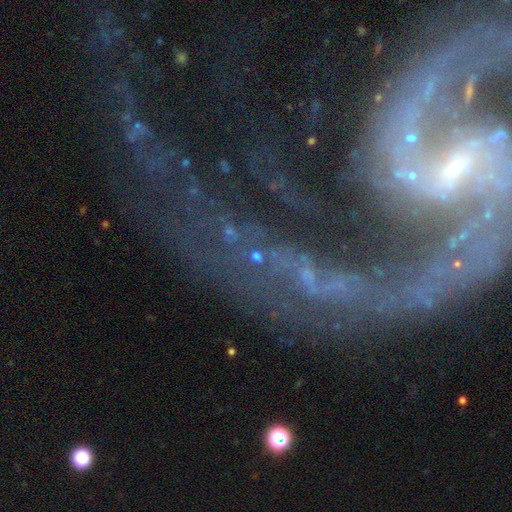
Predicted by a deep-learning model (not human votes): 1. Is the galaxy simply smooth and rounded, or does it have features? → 47% featured or disk, 37% star or artifact, 15% smooth.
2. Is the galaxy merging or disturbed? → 48% none, 25% major disturbance, 17% minor disturbance, 10% merger.